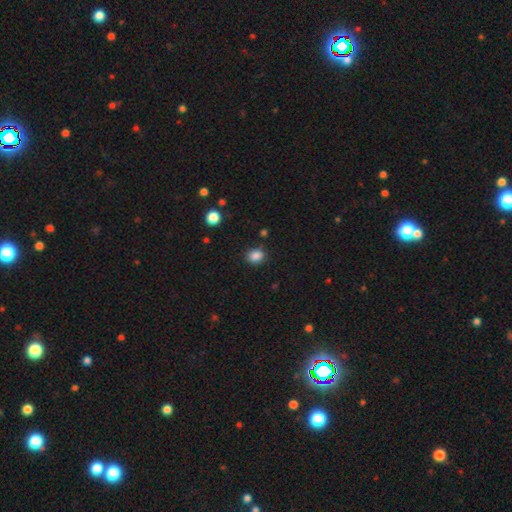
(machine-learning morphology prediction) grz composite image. It shows a smooth galaxy with no disk features (86%) that is round (57%). Merging: none (84%).